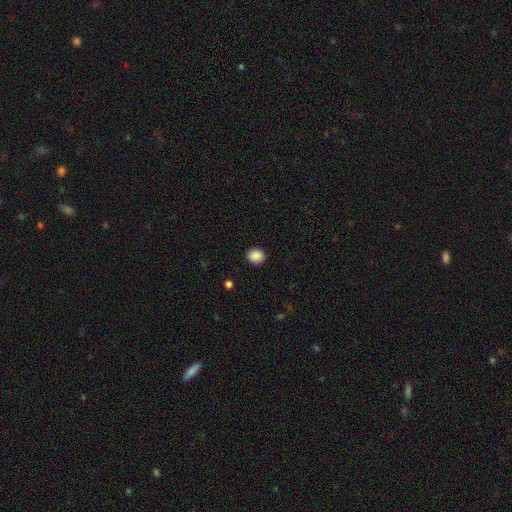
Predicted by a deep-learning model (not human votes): smooth-or-featured: smooth: 89% | star or artifact: 9% | featured or disk: 3%
  how-rounded: round: 74% | in between: 25% | cigar-shaped: 1%
  merging: none: 91% | minor disturbance: 6% | major disturbance: 2% | merger: 1%